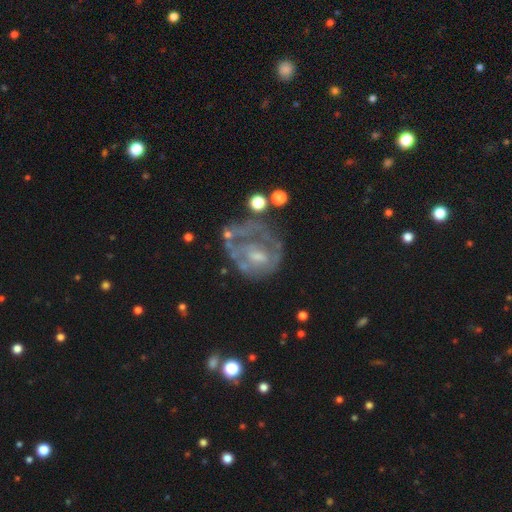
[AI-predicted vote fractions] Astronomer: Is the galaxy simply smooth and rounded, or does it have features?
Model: featured or disk — 70%.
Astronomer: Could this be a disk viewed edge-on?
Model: no — 97%.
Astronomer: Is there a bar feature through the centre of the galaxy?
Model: no — 59%.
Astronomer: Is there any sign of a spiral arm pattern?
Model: no — 58% (runner-up: yes, 42%).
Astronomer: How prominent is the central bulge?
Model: small — 33% (runner-up: moderate, 32%).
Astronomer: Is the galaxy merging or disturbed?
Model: none — 40% (runner-up: major disturbance, 32%).